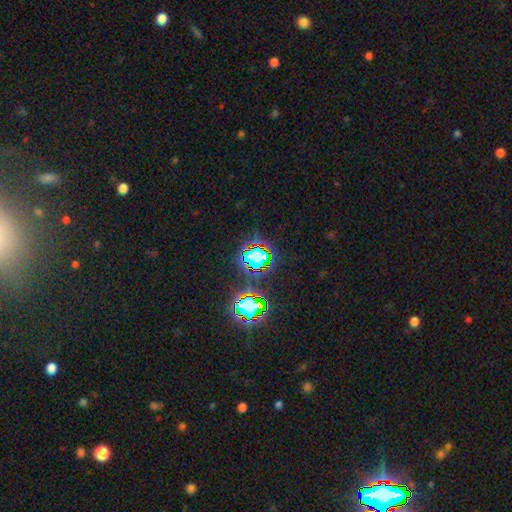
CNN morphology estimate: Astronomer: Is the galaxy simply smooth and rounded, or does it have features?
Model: star or artifact — 63%.